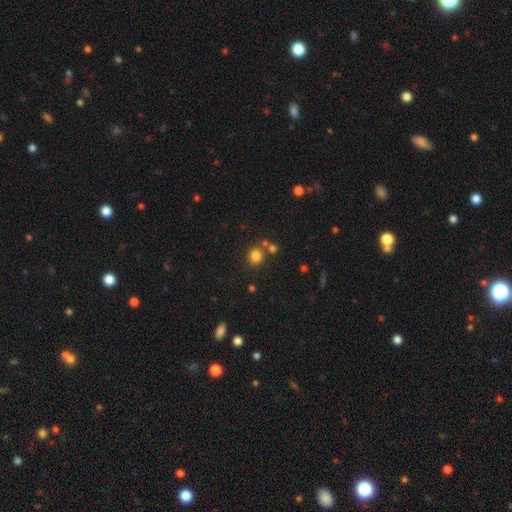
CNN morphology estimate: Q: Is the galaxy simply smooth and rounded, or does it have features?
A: smooth — 80%.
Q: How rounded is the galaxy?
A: round — 85%.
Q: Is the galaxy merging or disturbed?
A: none — 74%.